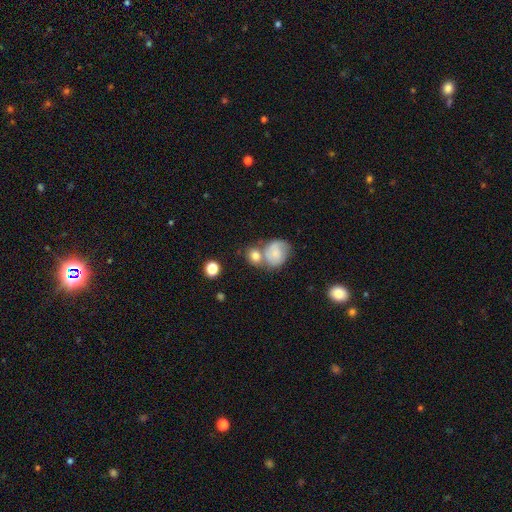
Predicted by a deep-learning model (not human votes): The model was most divided on "smooth or featured": smooth: 45%, star or artifact: 30%, featured or disk: 25%. Remaining: merging — none (47%).